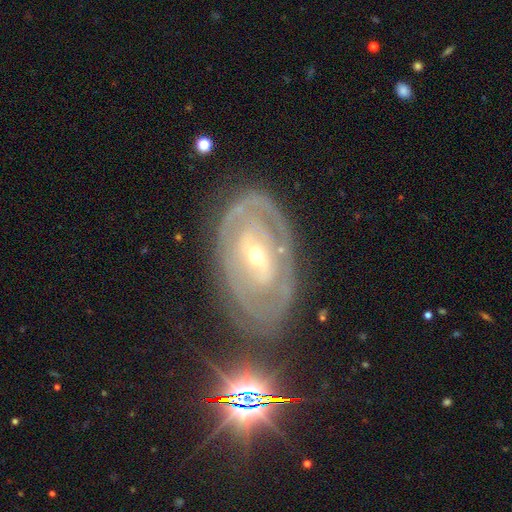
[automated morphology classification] A featured or disk galaxy (81%) with no bar (41%), tight (76%) spiral arms (79%) and a small central bulge (58%).

Vote fractions:
- Smooth or featured? featured or disk: 81% / smooth: 11% / star or artifact: 8%
- Edge-on disk? no: 94% / yes: 6%
- Bar? no: 41% / weak: 36% / strong: 23%
- Spiral arms? yes: 79% / no: 21%
- Spiral winding? tight: 76% / medium: 18% / loose: 5%
- Spiral arm count? can't tell: 47% / 2: 28% / 3: 10% / 1: 5% / 4: 5% / more than 4: 4%
- Bulge size? small: 58% / moderate: 39% / large: 2% / none: 1% / dominant: 1%
- Merging? none: 76% / minor disturbance: 15% / major disturbance: 7% / merger: 2%